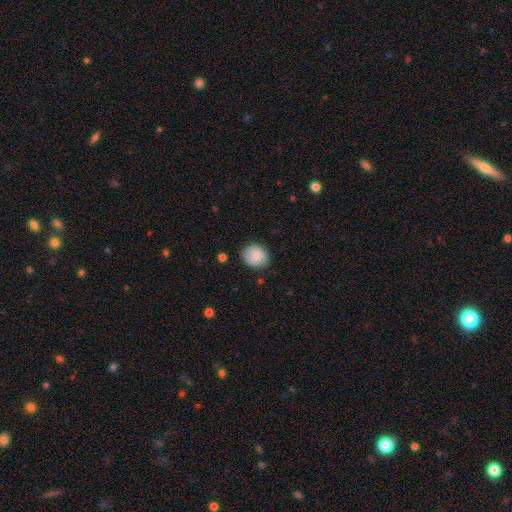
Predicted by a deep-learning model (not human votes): Smooth or featured?
  - smooth: 78% *
  - featured or disk: 14%
  - star or artifact: 8%
How rounded?
  - round: 71% *
  - in between: 28%
  - cigar-shaped: 1%
Merging?
  - none: 81% *
  - minor disturbance: 14%
  - major disturbance: 3%
  - merger: 1%